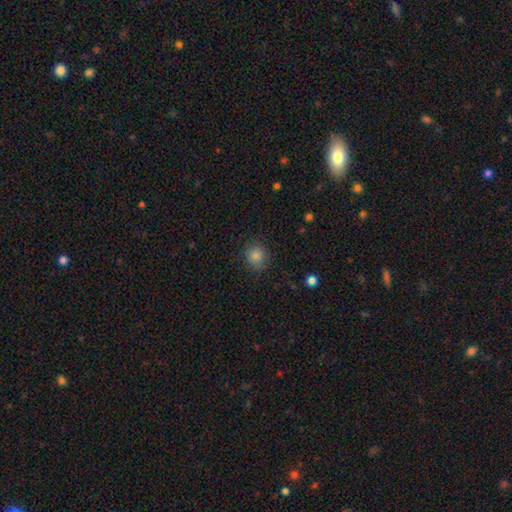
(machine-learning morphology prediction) This appears to be a smooth galaxy with no disk features (83%) that is round (88%). Merging: none (86%).